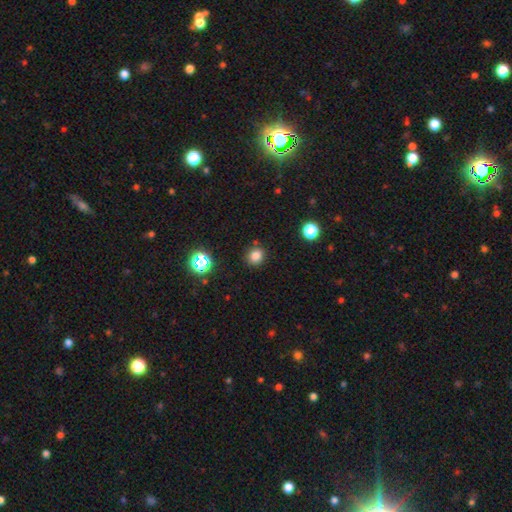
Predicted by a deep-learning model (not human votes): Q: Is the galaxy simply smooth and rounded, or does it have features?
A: smooth — 79%.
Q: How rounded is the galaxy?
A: round — 79%.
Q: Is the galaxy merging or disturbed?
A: none — 84%.